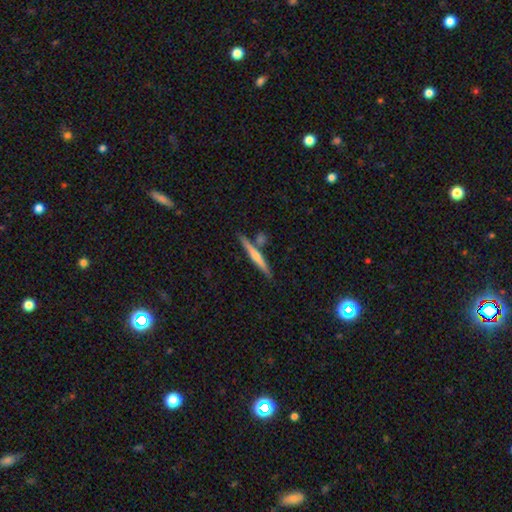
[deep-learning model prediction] smooth-or-featured: featured or disk: 60% | smooth: 33% | star or artifact: 6%
  disk-edge-on: yes: 97% | no: 3%
    edge-on-bulge: rounded: 70% | none: 23% | boxy: 7%
  merging: none: 81% | merger: 9% | minor disturbance: 9% | major disturbance: 2%